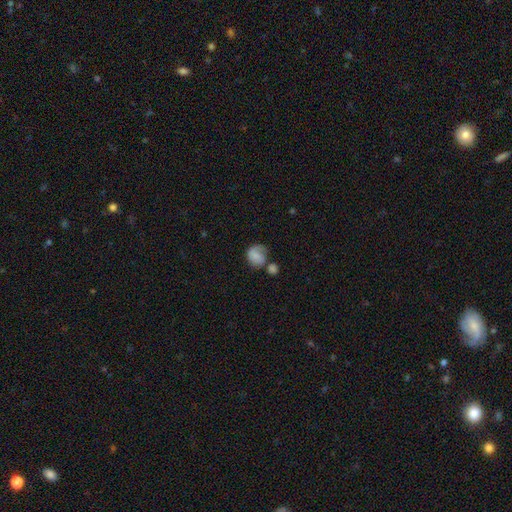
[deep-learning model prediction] Smooth or featured?
  - smooth: 68% *
  - featured or disk: 23%
  - star or artifact: 9%
How rounded?
  - round: 66% *
  - in between: 33%
  - cigar-shaped: 1%
Merging?
  - none: 38% *
  - minor disturbance: 24%
  - merger: 20%
  - major disturbance: 17%